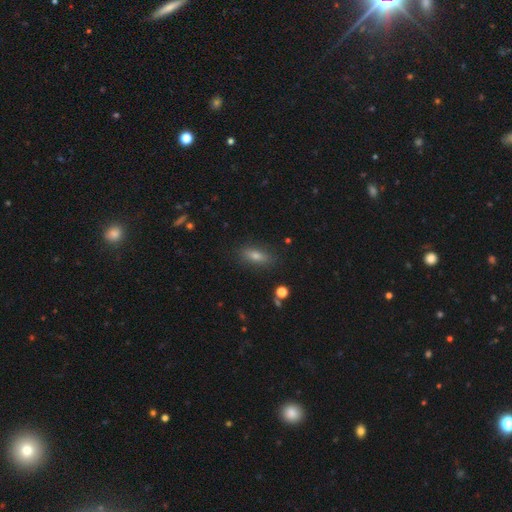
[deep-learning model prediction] Smooth or featured? Predicted: smooth (p=0.66). How rounded? Predicted: in between (p=0.62). Merging? Predicted: none (p=0.85).